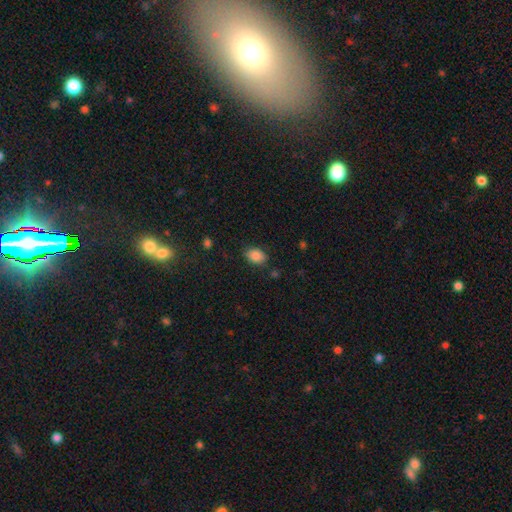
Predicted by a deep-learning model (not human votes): smooth-or-featured: smooth: 86% | star or artifact: 9% | featured or disk: 5%
  how-rounded: in between: 82% | round: 17% | cigar-shaped: 1%
  merging: none: 82% | minor disturbance: 13% | major disturbance: 3% | merger: 2%